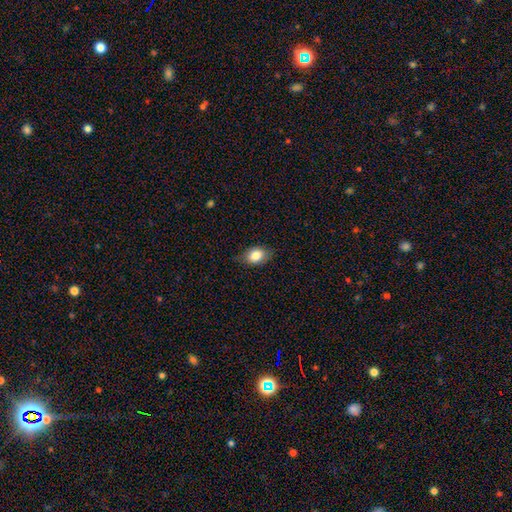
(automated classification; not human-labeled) Overall: smooth (81%). How rounded: in between (79%). Merging: none (78%).